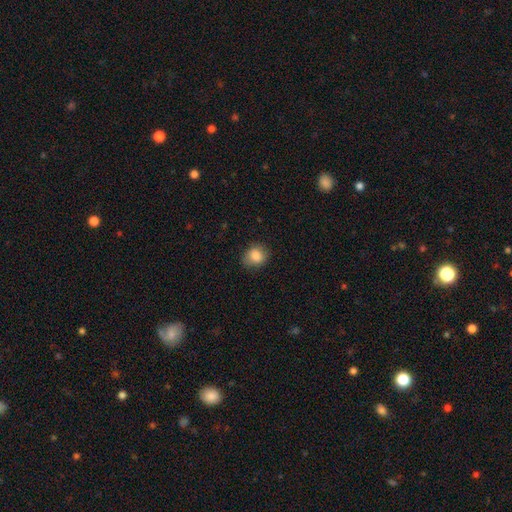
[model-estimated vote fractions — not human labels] smooth_or_featured: smooth (p=0.84) [alt: star or artifact p=0.09]
how_rounded: round (p=0.66) [alt: in between p=0.33]
merging: none (p=0.80) [alt: minor disturbance p=0.15]